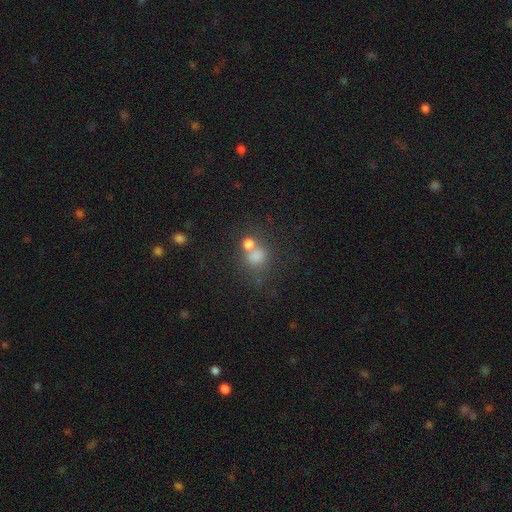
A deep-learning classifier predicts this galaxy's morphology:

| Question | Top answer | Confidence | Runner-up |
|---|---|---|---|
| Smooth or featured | smooth | 71% | star or artifact (18%) |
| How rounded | round | 70% | in between (29%) |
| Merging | none | 44% | merger (39%) |